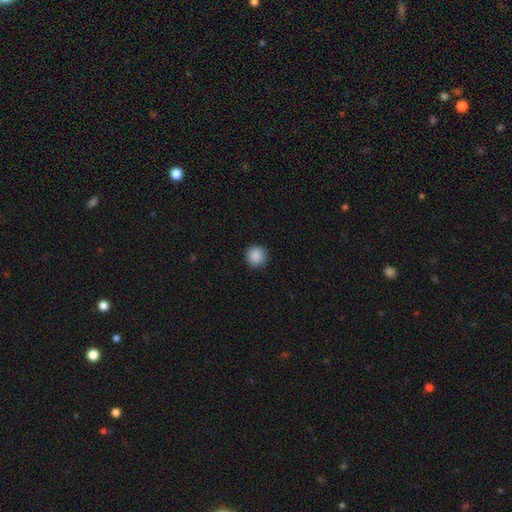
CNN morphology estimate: A smooth galaxy with no disk features (89%) that is round (94%). Merging: none (92%).